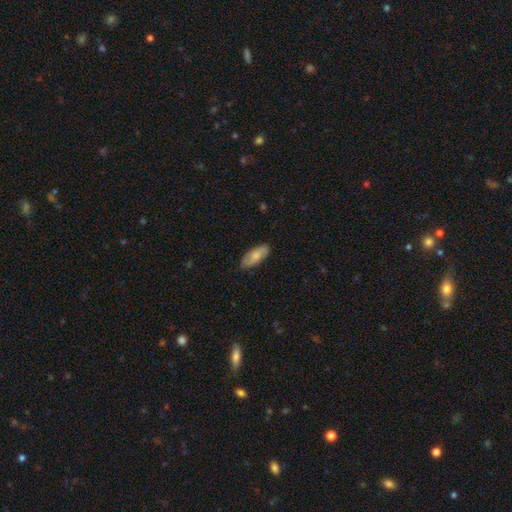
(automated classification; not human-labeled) A smooth galaxy with no disk features (77%) that is in between round and cigar-shaped (80%). Merging: none (85%).